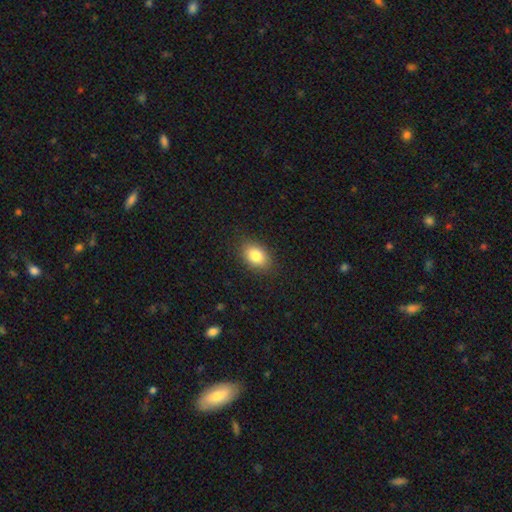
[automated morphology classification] smooth 83%, star or artifact 9%, featured or disk 8%. Down the decision tree: how rounded — in between (78%); merging — none (87%).